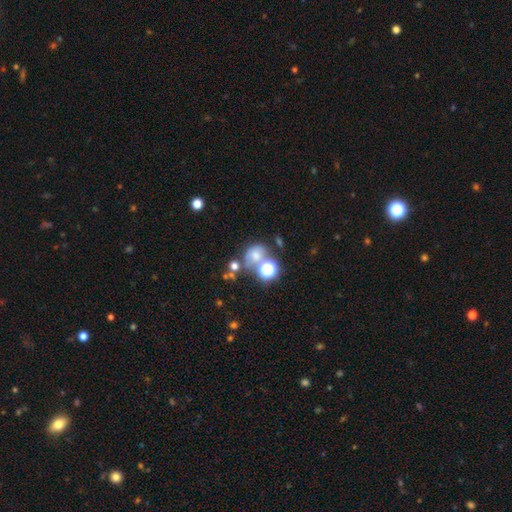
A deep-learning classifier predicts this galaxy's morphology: smooth-or-featured: smooth: 59% | star or artifact: 24% | featured or disk: 16%
  how-rounded: round: 64% | in between: 35% | cigar-shaped: 1%
  merging: none: 43% | merger: 32% | minor disturbance: 14% | major disturbance: 11%